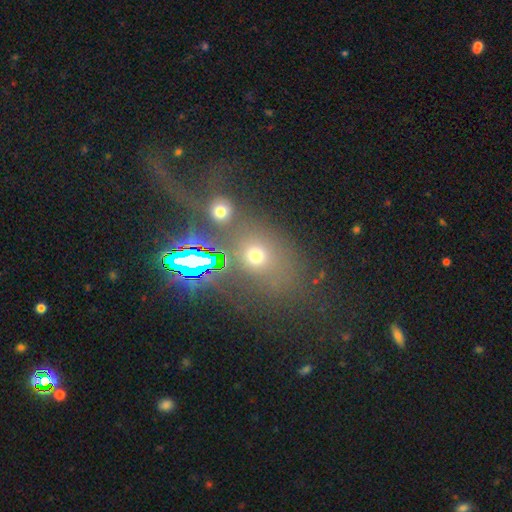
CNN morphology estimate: smooth 59%, star or artifact 29%, featured or disk 12%. Down the decision tree: how rounded — round (61%); merging — none (57%).